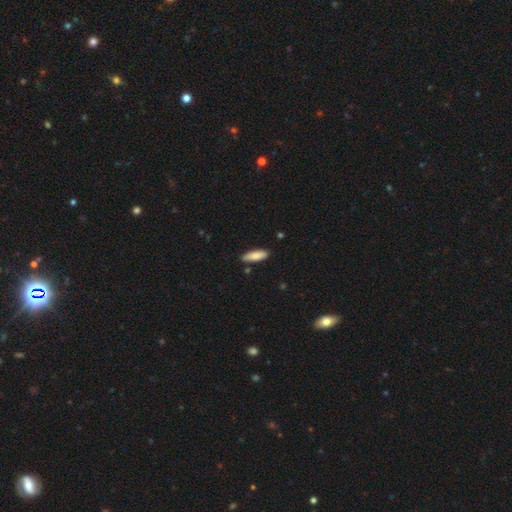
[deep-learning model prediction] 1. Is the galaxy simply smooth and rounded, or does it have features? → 82% smooth, 12% featured or disk, 6% star or artifact.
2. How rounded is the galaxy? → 53% in between, 45% cigar-shaped, 2% round.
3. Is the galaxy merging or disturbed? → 85% none, 11% minor disturbance, 2% merger, 2% major disturbance.